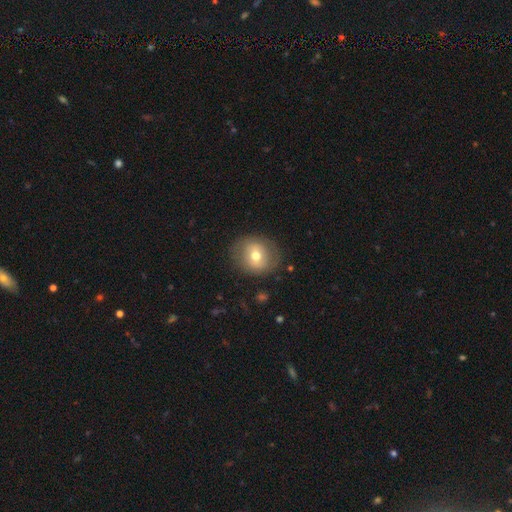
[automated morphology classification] Smooth or featured: smooth — 59% (featured or disk — 33%)
How rounded: round — 78% (in between — 21%)
Merging: none — 81% (minor disturbance — 13%)